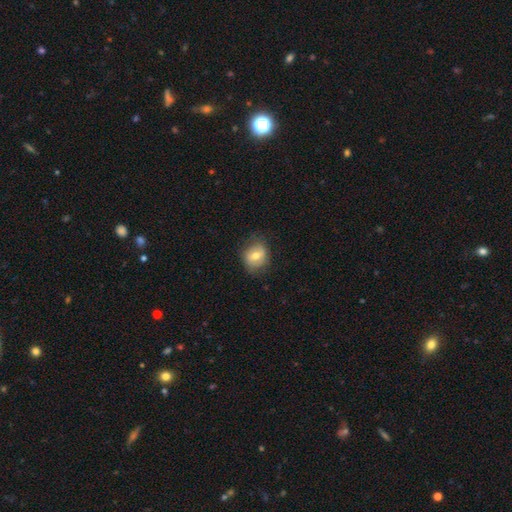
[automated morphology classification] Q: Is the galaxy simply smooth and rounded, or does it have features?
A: smooth — 63%.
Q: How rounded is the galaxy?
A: round — 61%.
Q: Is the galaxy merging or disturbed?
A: none — 74%.